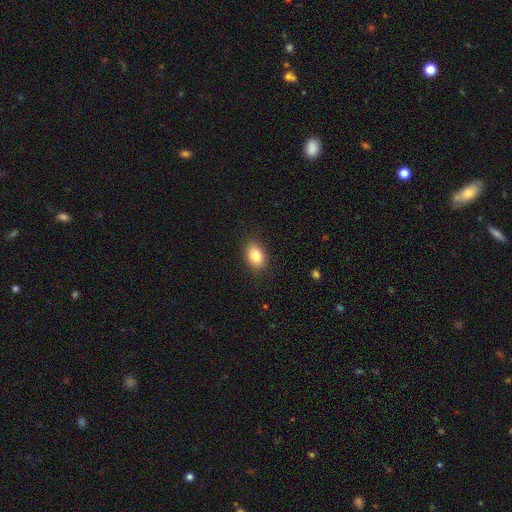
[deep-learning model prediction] Smooth or featured? smooth (83%)
How rounded? in between (81%)
Merging? none (88%)